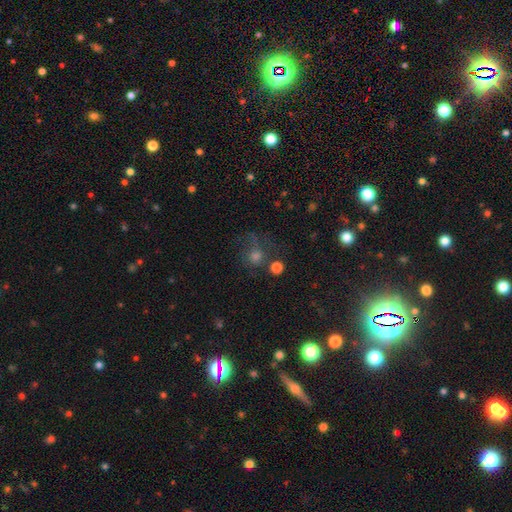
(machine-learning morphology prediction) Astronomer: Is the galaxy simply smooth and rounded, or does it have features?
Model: smooth — 49% (runner-up: star or artifact, 33%).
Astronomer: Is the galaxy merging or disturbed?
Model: none — 58%.